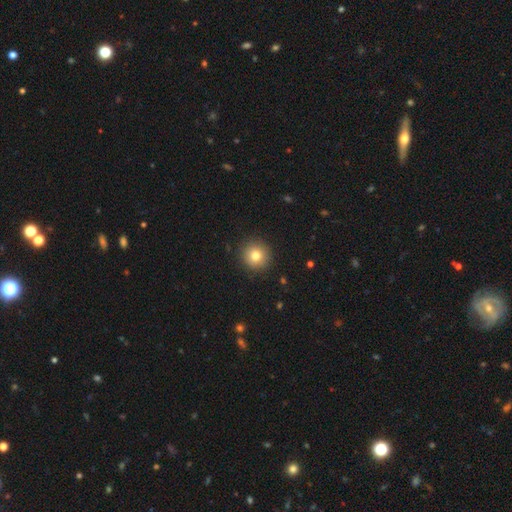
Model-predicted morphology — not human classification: type=smooth (78%); roundness=round (94%); merging=none (91%).